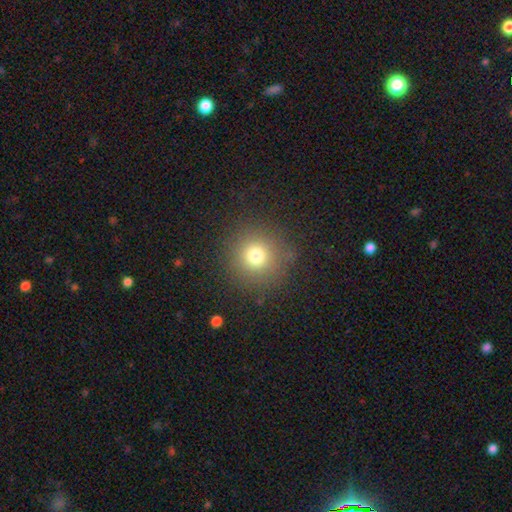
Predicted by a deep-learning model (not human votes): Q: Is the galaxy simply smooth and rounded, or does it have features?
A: smooth — 73%.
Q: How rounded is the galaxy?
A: round — 94%.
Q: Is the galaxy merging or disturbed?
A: none — 88%.